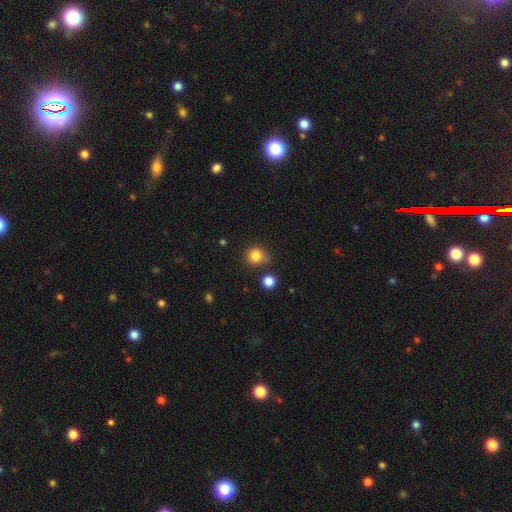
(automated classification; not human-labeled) Smooth or featured?
  - smooth: 83% *
  - star or artifact: 12%
  - featured or disk: 5%
How rounded?
  - round: 90% *
  - in between: 9%
  - cigar-shaped: 1%
Merging?
  - none: 73% *
  - minor disturbance: 13%
  - merger: 10%
  - major disturbance: 4%